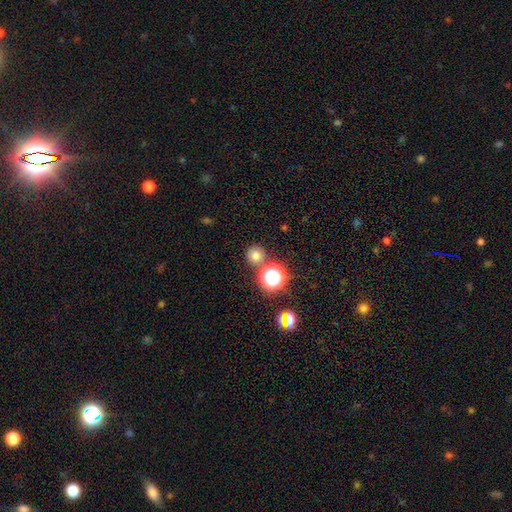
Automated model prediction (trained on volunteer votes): Smooth or featured? smooth (71%)
How rounded? round (92%)
Merging? none (77%)